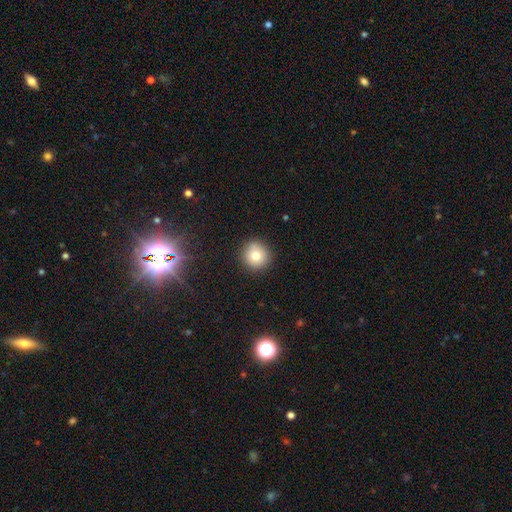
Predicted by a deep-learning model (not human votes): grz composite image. It shows a smooth galaxy with no disk features (77%) that is round (94%). Merging: none (90%).